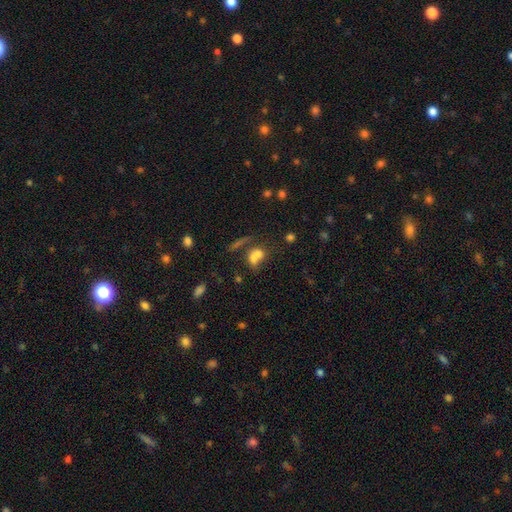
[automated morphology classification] Smooth or featured: smooth — 68% (featured or disk — 18%)
How rounded: in between — 49% (round — 47%)
Merging: merger — 60% (none — 24%)